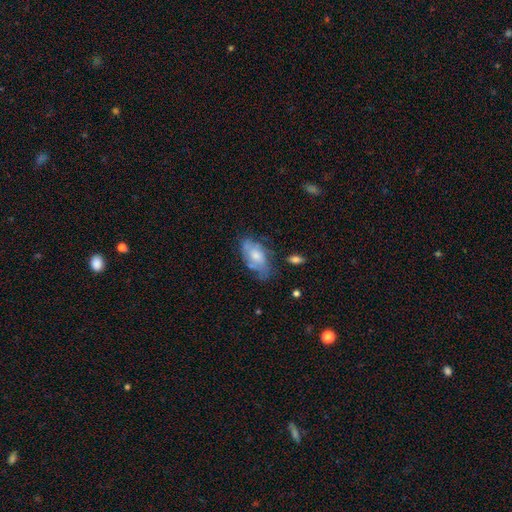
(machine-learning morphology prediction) A featured or disk galaxy (47%).

Vote fractions:
- Smooth or featured? featured or disk: 47% / smooth: 46% / star or artifact: 7%
- Merging? none: 52% / minor disturbance: 30% / major disturbance: 14% / merger: 4%